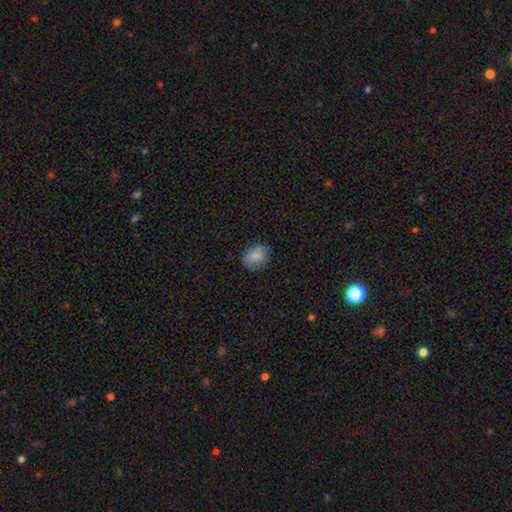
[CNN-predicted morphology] A smooth galaxy with no disk features (84%) that is in between round and cigar-shaped (61%). Merging: none (74%).